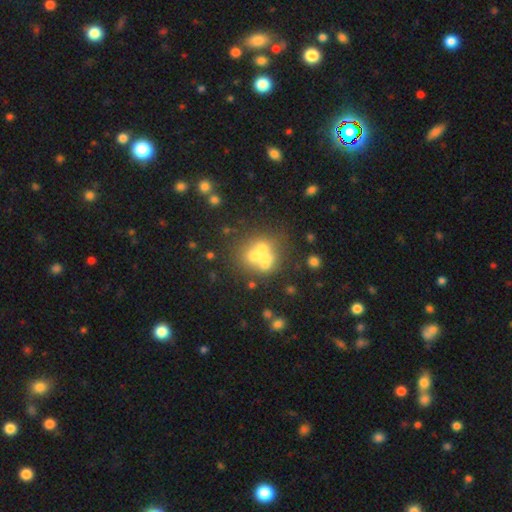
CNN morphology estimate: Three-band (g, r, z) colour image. It shows a smooth galaxy with no disk features (46%). Merging: merger (52%).